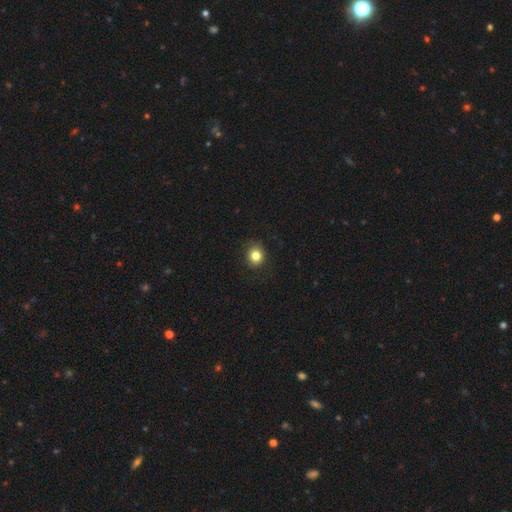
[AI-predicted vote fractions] This is clearly a smooth galaxy (83%). How rounded: clearly round (81%). Merging: clearly none (88%).